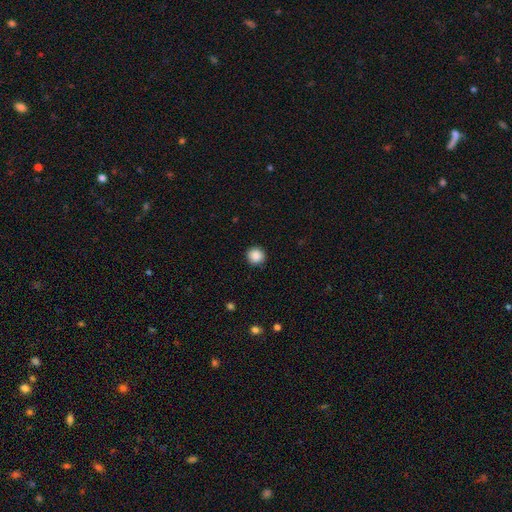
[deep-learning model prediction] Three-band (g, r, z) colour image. It shows a smooth galaxy with no disk features (88%) that is round (94%). Merging: none (91%).